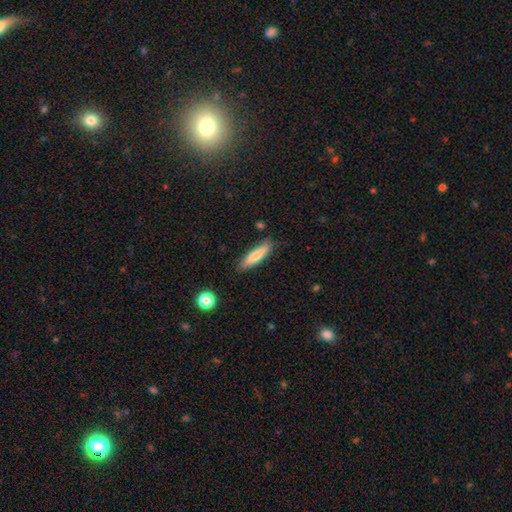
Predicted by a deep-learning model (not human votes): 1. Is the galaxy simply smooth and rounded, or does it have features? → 74% smooth, 20% featured or disk, 6% star or artifact.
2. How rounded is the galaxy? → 77% cigar-shaped, 21% in between, 1% round.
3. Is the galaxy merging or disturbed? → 82% none, 13% minor disturbance, 2% major disturbance, 2% merger.